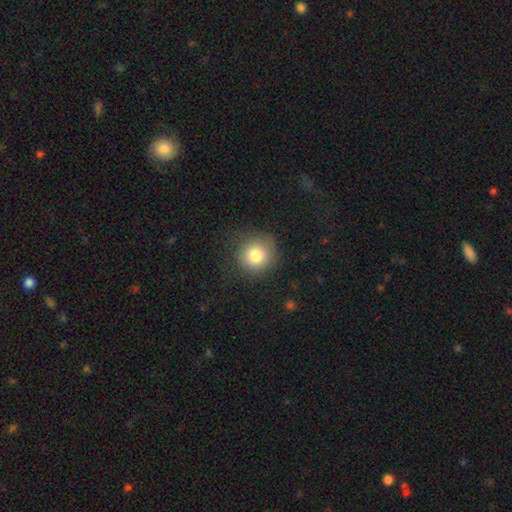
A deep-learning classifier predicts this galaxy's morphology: type=smooth (81%); roundness=round (91%); merging=none (80%).